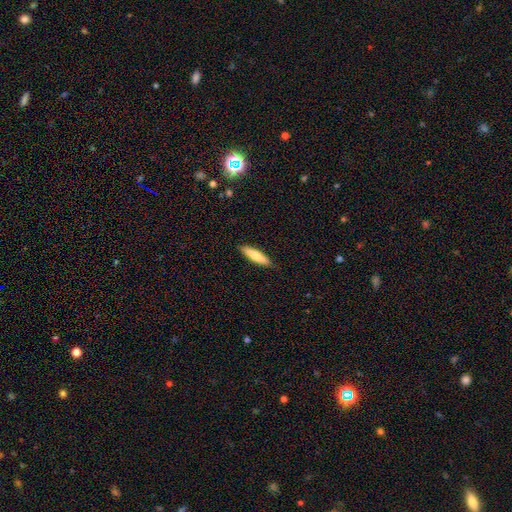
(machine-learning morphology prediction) Smooth or featured?
  - smooth: 72% *
  - featured or disk: 22%
  - star or artifact: 5%
How rounded?
  - cigar-shaped: 71% *
  - in between: 28%
  - round: 1%
Merging?
  - none: 88% *
  - minor disturbance: 9%
  - major disturbance: 2%
  - merger: 1%